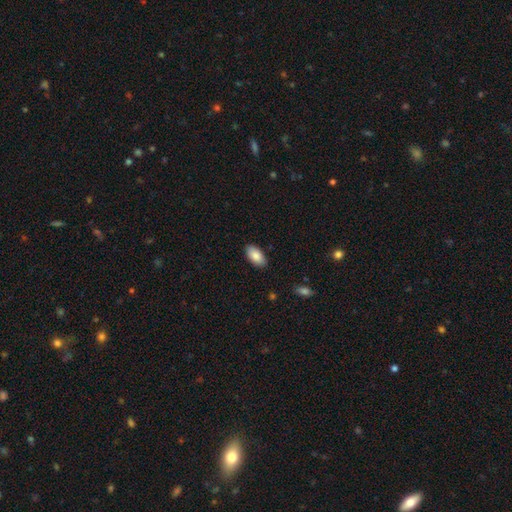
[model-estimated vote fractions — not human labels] This appears to be a smooth galaxy with no disk features (86%) that is in between round and cigar-shaped (94%). Merging: none (87%).